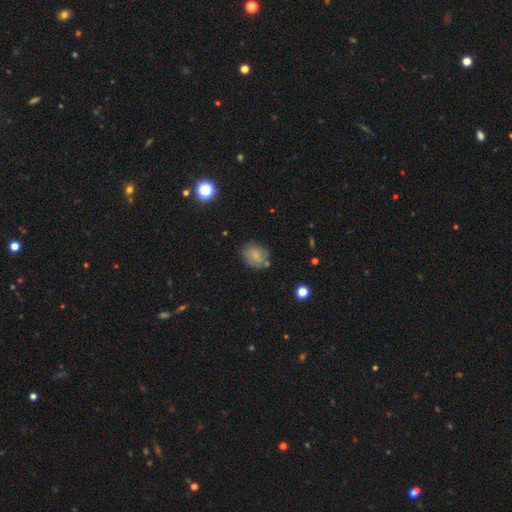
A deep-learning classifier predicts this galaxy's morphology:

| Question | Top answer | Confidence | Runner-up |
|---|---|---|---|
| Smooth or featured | smooth | 69% | featured or disk (21%) |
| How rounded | round | 54% | in between (45%) |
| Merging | none | 69% | minor disturbance (20%) |